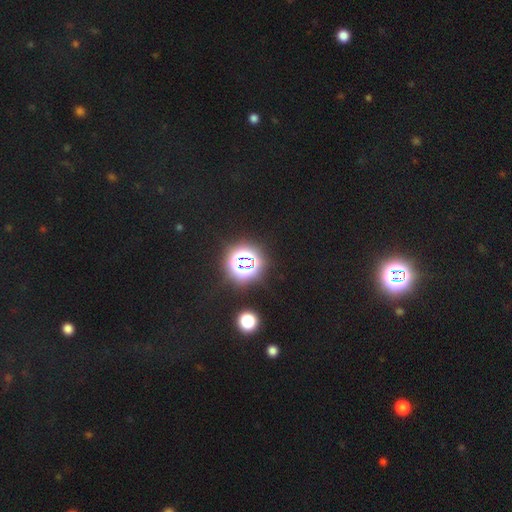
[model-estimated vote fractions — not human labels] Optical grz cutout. It shows a star or artifact, not a galaxy (72%).